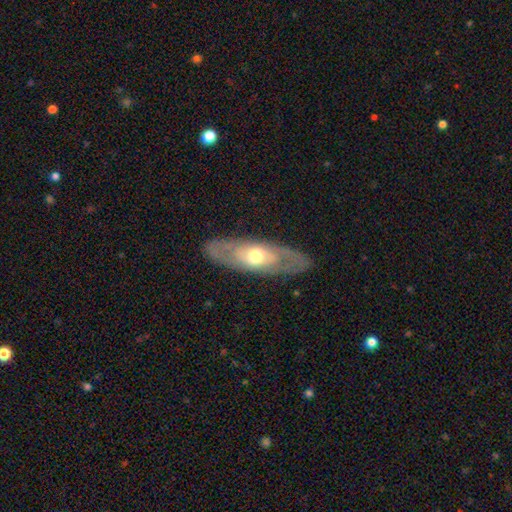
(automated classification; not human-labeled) Overall: featured or disk (66%; smooth 29%). Edge-on disk: no (74%). Merging: none (84%).